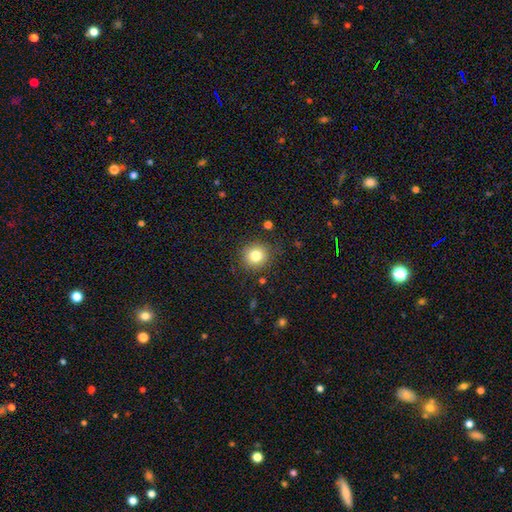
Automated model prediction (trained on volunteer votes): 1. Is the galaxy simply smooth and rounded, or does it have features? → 80% smooth, 12% star or artifact, 8% featured or disk.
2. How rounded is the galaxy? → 90% round, 9% in between, 1% cigar-shaped.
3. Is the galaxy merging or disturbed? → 86% none, 9% minor disturbance, 3% major disturbance, 2% merger.